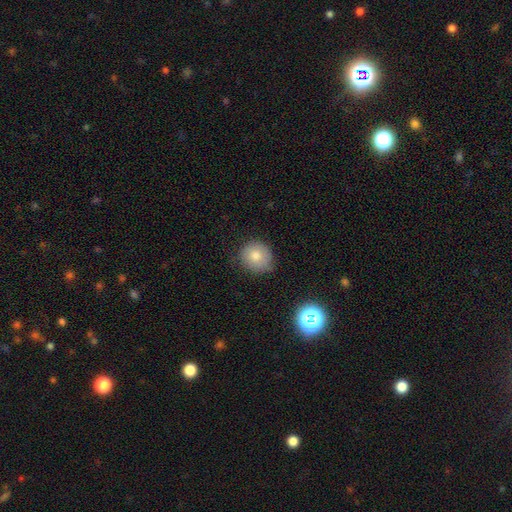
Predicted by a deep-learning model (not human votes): This appears to be a smooth galaxy with no disk features (76%) that is round (86%). Merging: none (78%).